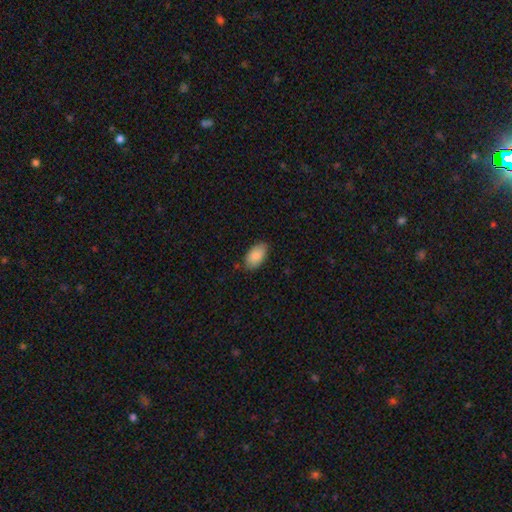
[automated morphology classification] Q: Smooth or featured?
A: smooth (88%); runner-up: star or artifact (6%)
Q: How rounded?
A: in between (95%); runner-up: round (3%)
Q: Merging?
A: none (82%); runner-up: minor disturbance (15%)